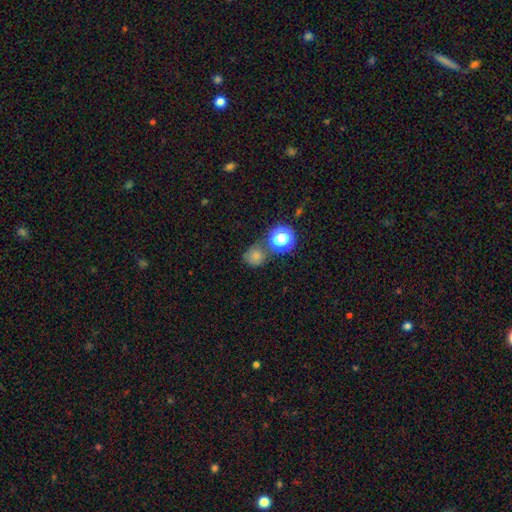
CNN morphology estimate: A smooth galaxy with no disk features (72%) that is round (83%).

Vote fractions:
- Smooth or featured? smooth: 72% / star or artifact: 20% / featured or disk: 9%
- How rounded? round: 83% / in between: 16% / cigar-shaped: 1%
- Merging? none: 60% / merger: 17% / minor disturbance: 16% / major disturbance: 6%